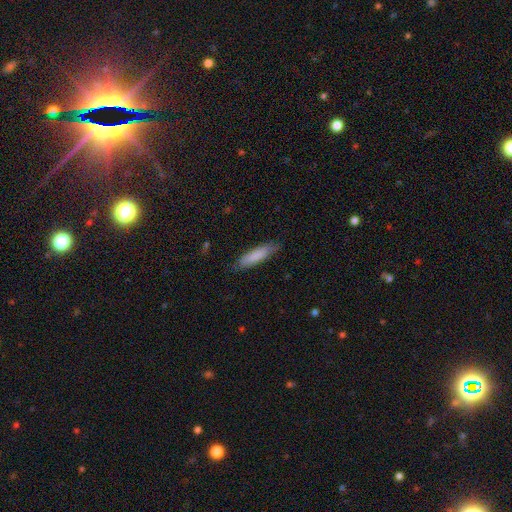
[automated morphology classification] This appears to be a smooth galaxy with no disk features (81%) that is cigar-shaped (77%). Merging: none (83%).